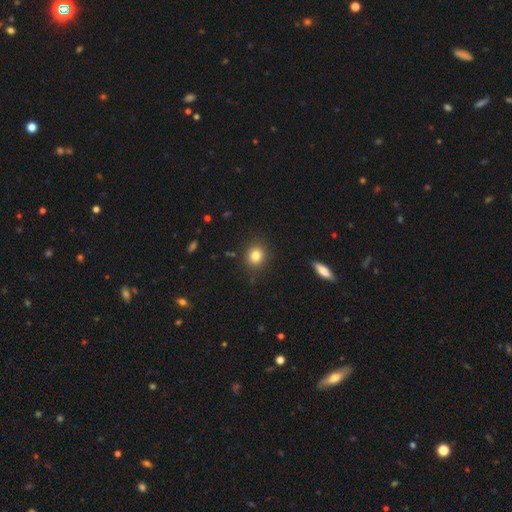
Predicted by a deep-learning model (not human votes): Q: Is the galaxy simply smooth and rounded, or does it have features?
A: smooth — 82%.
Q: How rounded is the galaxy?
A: round — 78%.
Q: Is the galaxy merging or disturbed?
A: none — 88%.